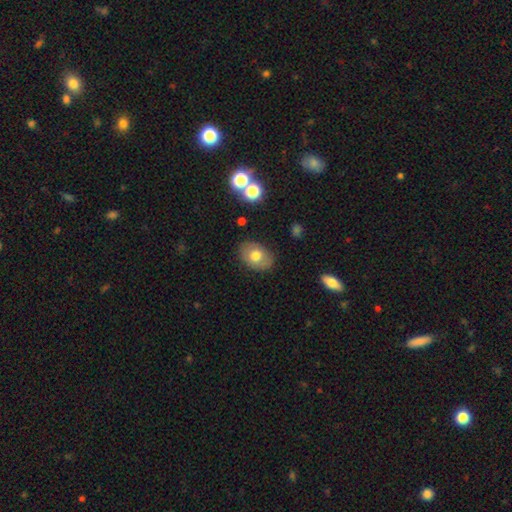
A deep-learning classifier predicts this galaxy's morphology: Smooth or featured: smooth — 71% (featured or disk — 21%)
How rounded: in between — 79% (round — 20%)
Merging: none — 84% (minor disturbance — 11%)